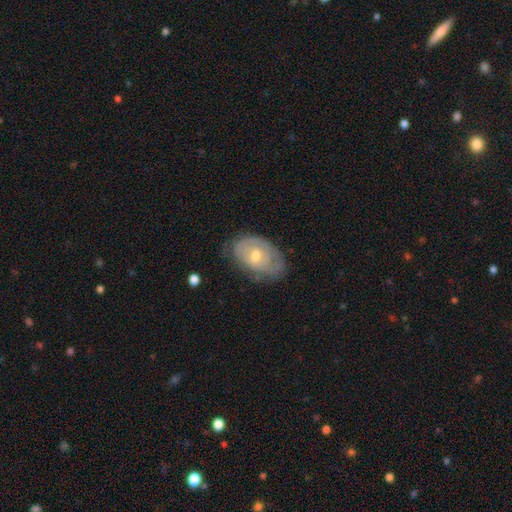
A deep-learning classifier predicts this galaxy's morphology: A featured or disk galaxy (56%) with no bar (77%), spiral arms (57%) and a moderate central bulge (60%).

Vote fractions:
- Smooth or featured? featured or disk: 56% / smooth: 37% / star or artifact: 6%
- Edge-on disk? no: 93% / yes: 7%
- Bar? no: 77% / weak: 20% / strong: 3%
- Spiral arms? yes: 57% / no: 43%
- Bulge size? moderate: 60% / small: 36% / large: 2% / none: 1% / dominant: 1%
- Merging? none: 63% / minor disturbance: 27% / major disturbance: 8% / merger: 1%